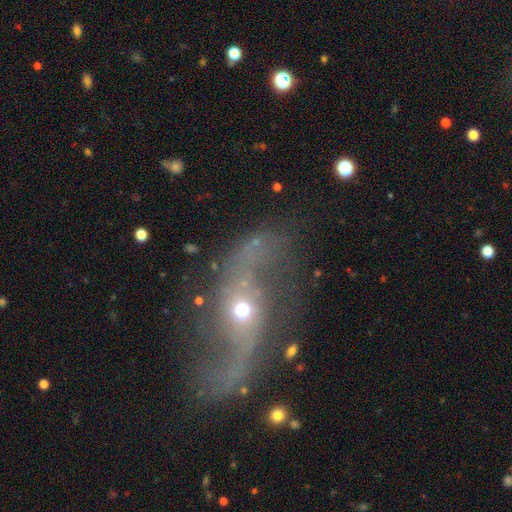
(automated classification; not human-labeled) Smooth or featured: featured or disk — 90% (star or artifact — 6%)
Edge-on disk: no — 96% (yes — 4%)
Bar: no — 60% (weak — 24%)
Spiral arms: yes — 96% (no — 4%)
Spiral winding: loose — 84% (medium — 12%)
Spiral arm count: 2 — 94% (can't tell — 1%)
Bulge size: small — 54% (moderate — 41%)
Merging: none — 74% (minor disturbance — 14%)